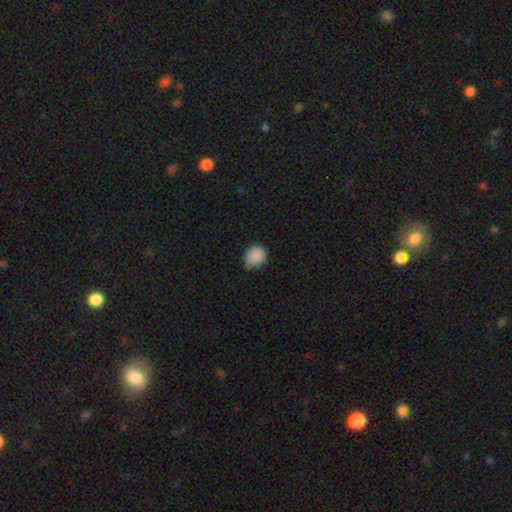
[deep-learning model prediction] Q: Smooth or featured?
A: smooth (88%); runner-up: star or artifact (8%)
Q: How rounded?
A: round (81%); runner-up: in between (18%)
Q: Merging?
A: none (65%); runner-up: minor disturbance (28%)